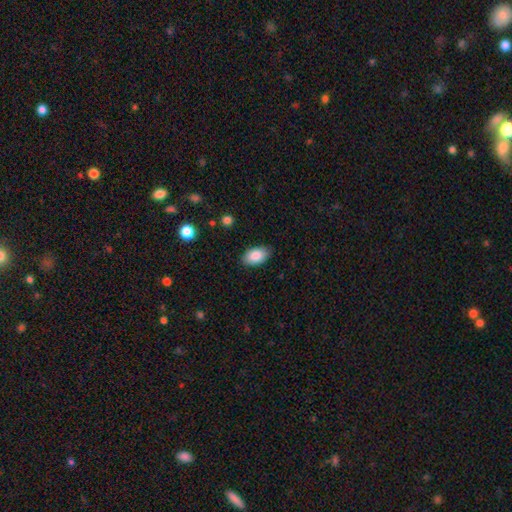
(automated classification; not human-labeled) A smooth galaxy with no disk features (87%) that is in between round and cigar-shaped (93%).

Vote fractions:
- Smooth or featured? smooth: 87% / star or artifact: 7% / featured or disk: 6%
- How rounded? in between: 93% / round: 5% / cigar-shaped: 1%
- Merging? none: 86% / minor disturbance: 11% / major disturbance: 2% / merger: 1%